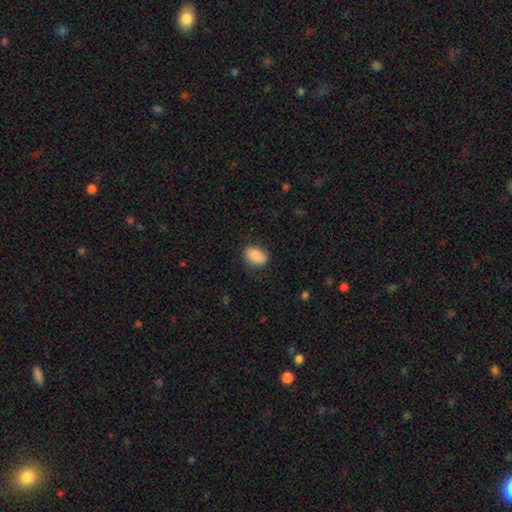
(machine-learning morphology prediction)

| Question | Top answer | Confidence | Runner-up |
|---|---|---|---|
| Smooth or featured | smooth | 88% | star or artifact (7%) |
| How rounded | in between | 85% | round (13%) |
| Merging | none | 82% | minor disturbance (13%) |